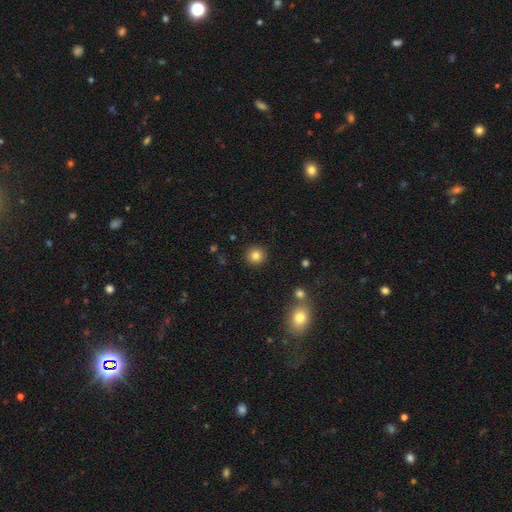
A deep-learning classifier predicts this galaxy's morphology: smooth 82%, star or artifact 11%, featured or disk 6%. Down the decision tree: how rounded — round (95%); merging — none (92%).